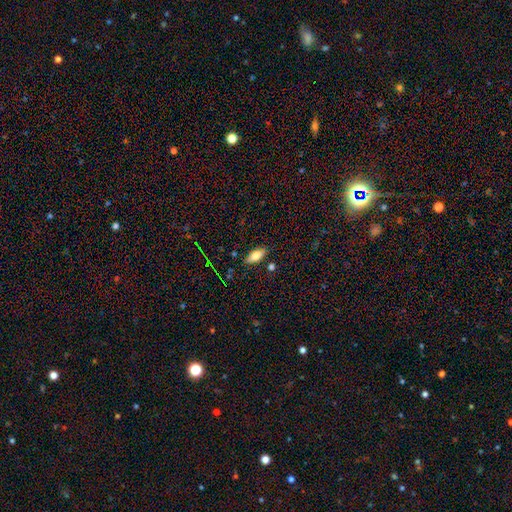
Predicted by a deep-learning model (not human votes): smooth 76%, featured or disk 15%, star or artifact 9%. Down the decision tree: how rounded — in between (85%); merging — none (84%).